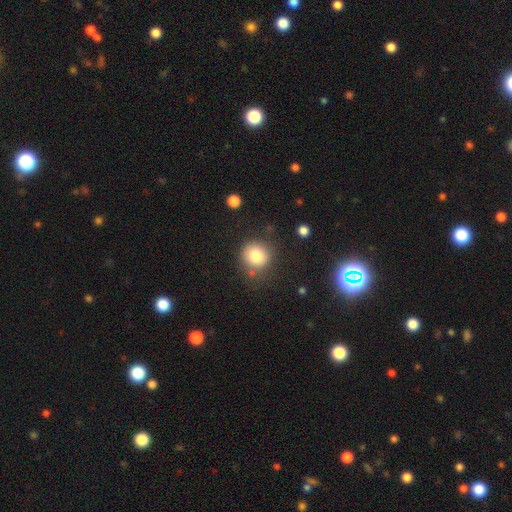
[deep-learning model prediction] smooth_or_featured: smooth (p=0.82) [alt: star or artifact p=0.10]
how_rounded: round (p=0.89) [alt: in between p=0.10]
merging: none (p=0.75) [alt: minor disturbance p=0.14]